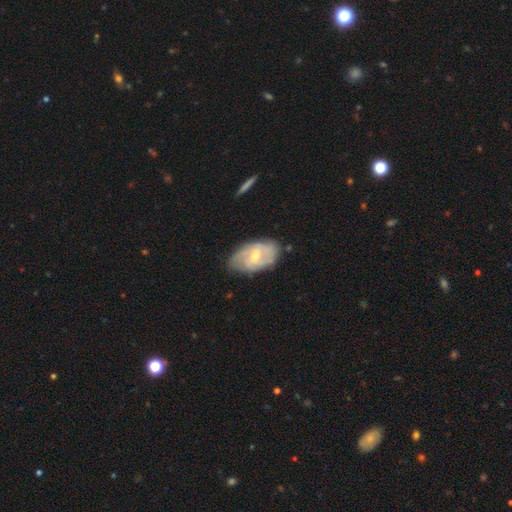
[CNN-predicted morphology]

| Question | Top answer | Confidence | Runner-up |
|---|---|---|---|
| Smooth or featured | featured or disk | 62% | smooth (32%) |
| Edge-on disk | no | 95% | yes (5%) |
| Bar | weak | 49% | no (41%) |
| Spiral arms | yes | 75% | no (25%) |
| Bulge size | small | 48% | tied: moderate (48%) |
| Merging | none | 66% | minor disturbance (26%) |